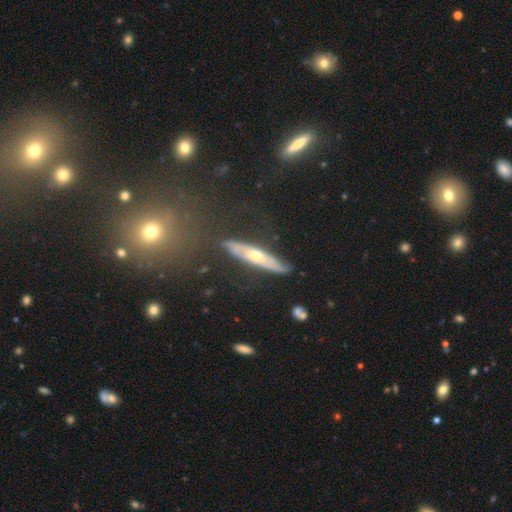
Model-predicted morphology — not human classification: Overall: featured or disk (67%). Edge-on disk: yes (88%). Edge-on bulge: rounded (90%). Merging: none (77%).